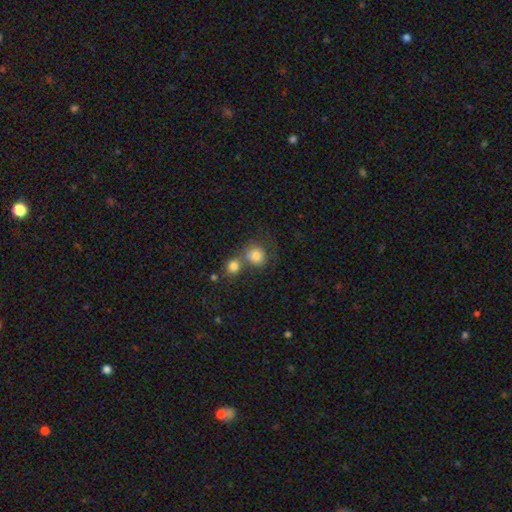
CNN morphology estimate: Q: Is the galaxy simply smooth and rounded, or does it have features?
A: smooth — 79%.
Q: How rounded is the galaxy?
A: round — 74%.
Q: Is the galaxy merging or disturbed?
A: merger — 47%.